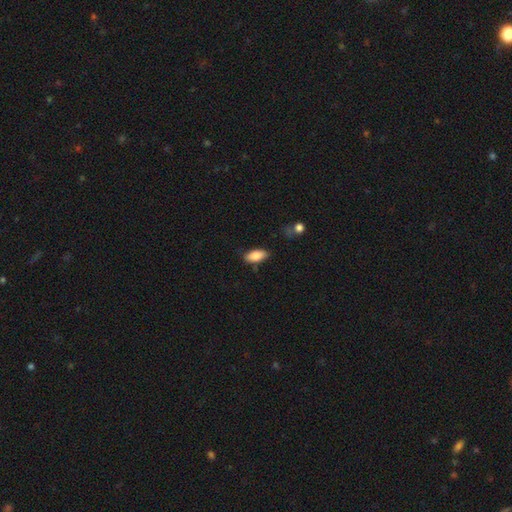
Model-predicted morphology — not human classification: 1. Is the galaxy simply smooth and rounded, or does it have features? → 85% smooth, 8% featured or disk, 7% star or artifact.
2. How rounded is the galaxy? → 89% in between, 9% cigar-shaped, 3% round.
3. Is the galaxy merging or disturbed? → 78% none, 16% minor disturbance, 3% major disturbance, 2% merger.